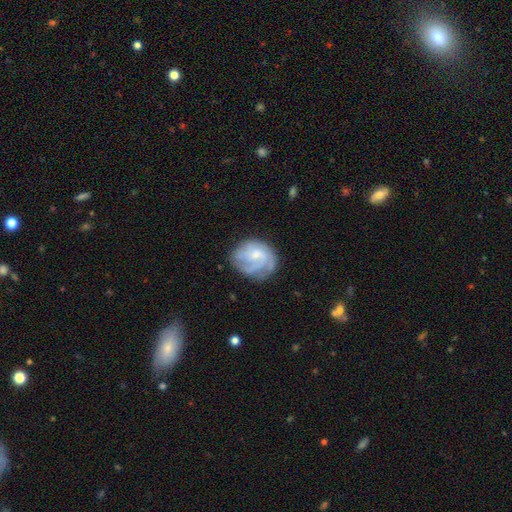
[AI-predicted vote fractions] Smooth or featured?
  - featured or disk: 63% *
  - smooth: 30%
  - star or artifact: 7%
Edge-on disk?
  - no: 98% *
  - yes: 2%
Bar?
  - no: 59% *
  - weak: 36%
  - strong: 5%
Spiral arms?
  - yes: 83% *
  - no: 17%
Spiral winding?
  - tight: 43% *
  - medium: 38%
  - loose: 19%
Spiral arm count?
  - can't tell: 38% *
  - 3: 24%
  - 2: 17%
  - 4: 9%
  - 1: 7%
  - more than 4: 4%
Bulge size?
  - small: 53% *
  - moderate: 29%
  - none: 15%
  - large: 2%
  - dominant: 1%
Merging?
  - none: 61% *
  - minor disturbance: 23%
  - major disturbance: 14%
  - merger: 2%